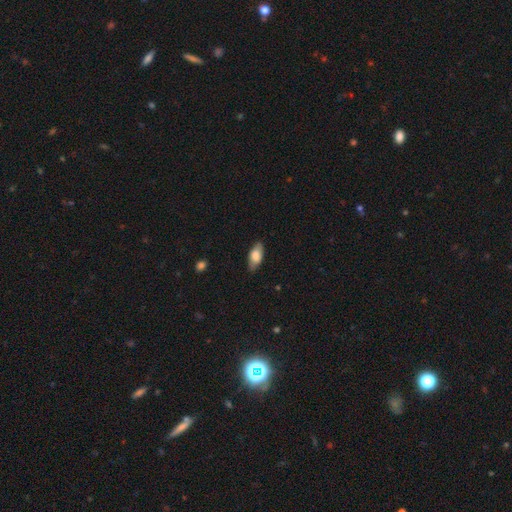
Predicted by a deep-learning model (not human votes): A smooth galaxy with no disk features (75%) that is in between round and cigar-shaped (86%).

Vote fractions:
- Smooth or featured? smooth: 75% / featured or disk: 19% / star or artifact: 6%
- How rounded? in between: 86% / cigar-shaped: 11% / round: 3%
- Merging? none: 82% / minor disturbance: 14% / major disturbance: 3% / merger: 1%